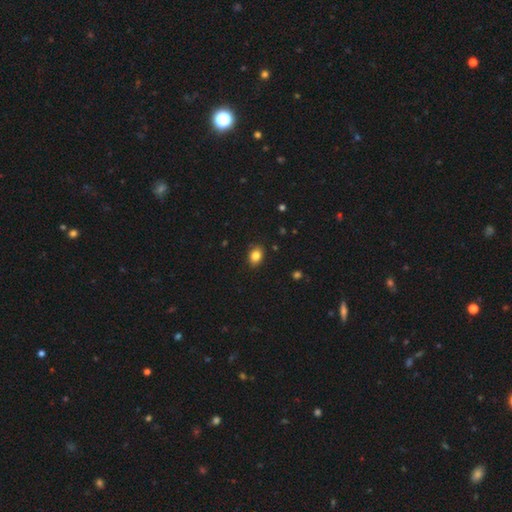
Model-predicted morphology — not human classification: smooth_or_featured: smooth (p=0.84) [alt: star or artifact p=0.10]
how_rounded: in between (p=0.71) [alt: round p=0.27]
merging: none (p=0.87) [alt: minor disturbance p=0.10]